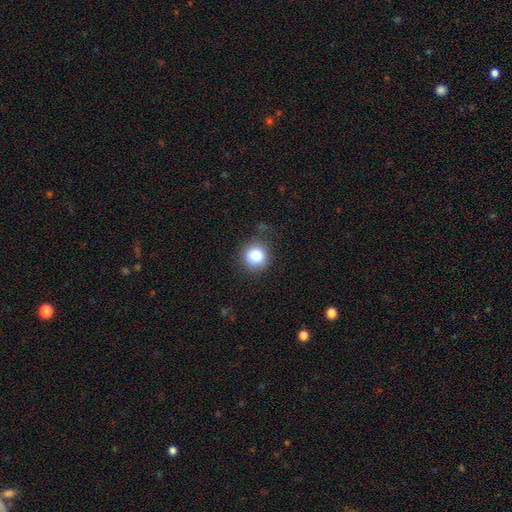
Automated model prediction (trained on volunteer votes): A smooth galaxy with no disk features (84%) that is round (91%). Merging: none (83%).